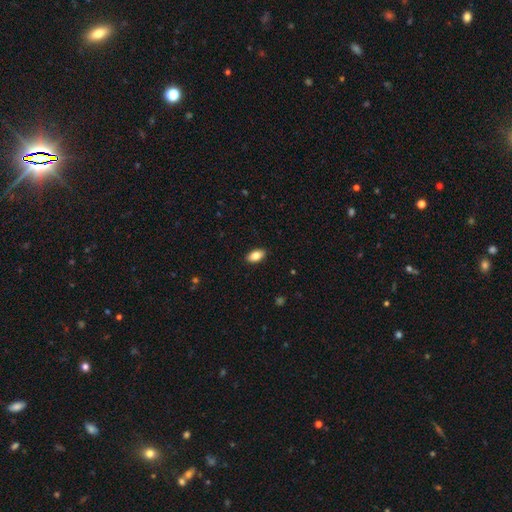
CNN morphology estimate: type=smooth (84%); roundness=in between (93%); merging=none (90%).